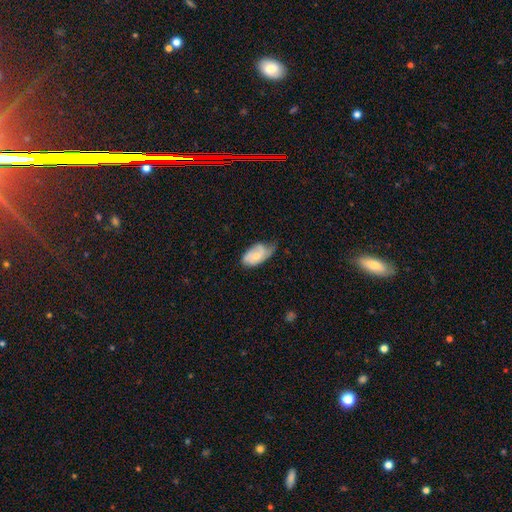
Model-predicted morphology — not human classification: A smooth galaxy with no disk features (49%). Merging: minor disturbance (43%).